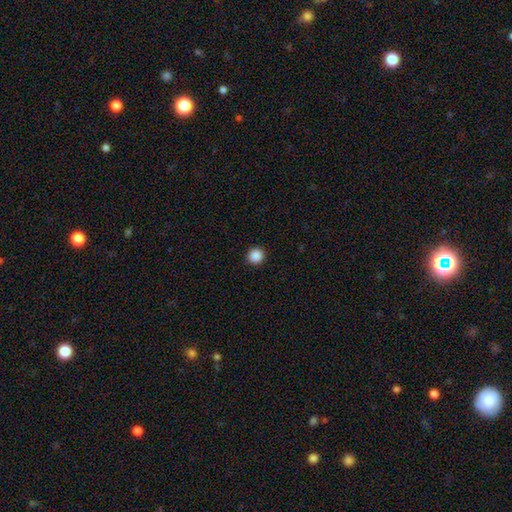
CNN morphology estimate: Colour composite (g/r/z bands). It shows a smooth galaxy with no disk features (88%) that is round (94%). Merging: none (93%).